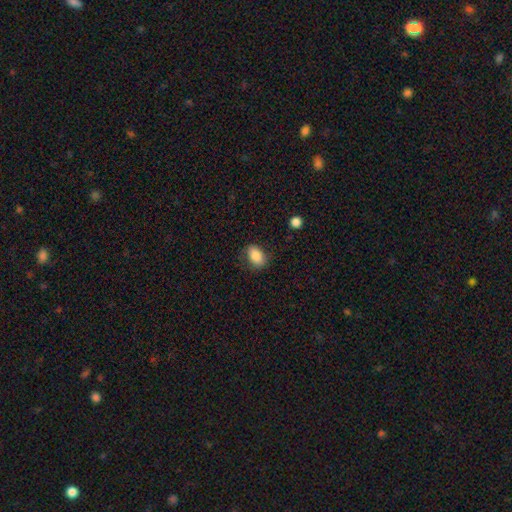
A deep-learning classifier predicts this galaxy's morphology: Smooth or featured? Predicted: smooth (p=0.86). How rounded? Predicted: in between (p=0.85). Merging? Predicted: none (p=0.77).